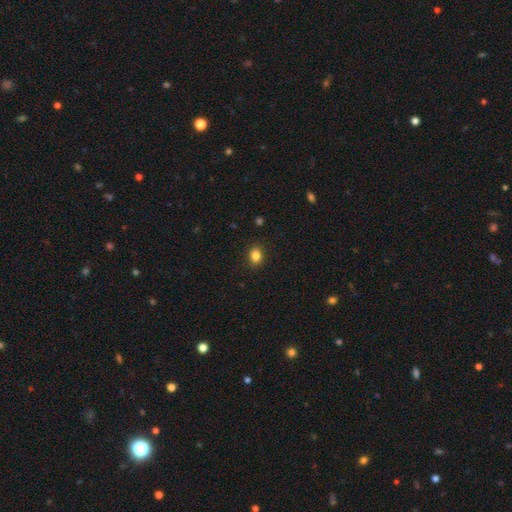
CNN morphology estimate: smooth-or-featured: smooth: 85% | star or artifact: 11% | featured or disk: 5%
  how-rounded: in between: 56% | round: 43% | cigar-shaped: 1%
  merging: none: 88% | minor disturbance: 8% | major disturbance: 2% | merger: 1%